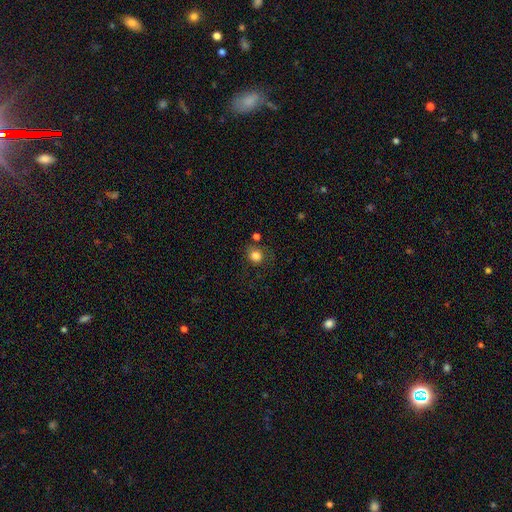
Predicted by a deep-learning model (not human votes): smooth_or_featured: smooth (p=0.82) [alt: star or artifact p=0.12]
how_rounded: round (p=0.82) [alt: in between p=0.17]
merging: none (p=0.76) [alt: minor disturbance p=0.14]